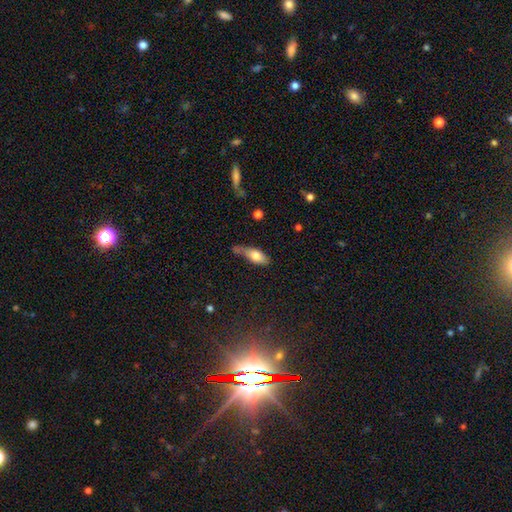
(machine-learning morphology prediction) Smooth or featured? smooth (72%)
How rounded? in between (70%)
Merging? none (39%)